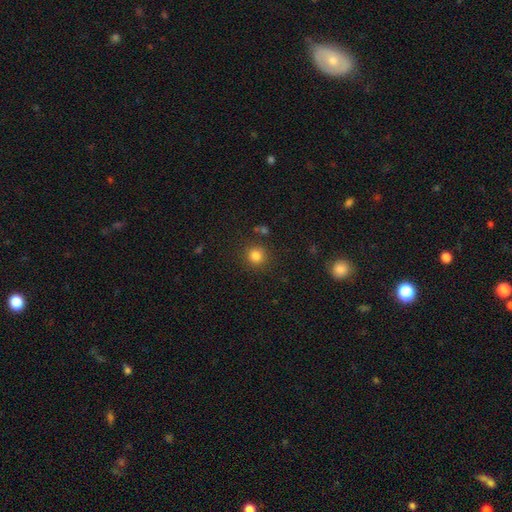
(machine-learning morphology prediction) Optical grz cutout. It shows a smooth galaxy with no disk features (82%) that is round (92%). Merging: none (86%).